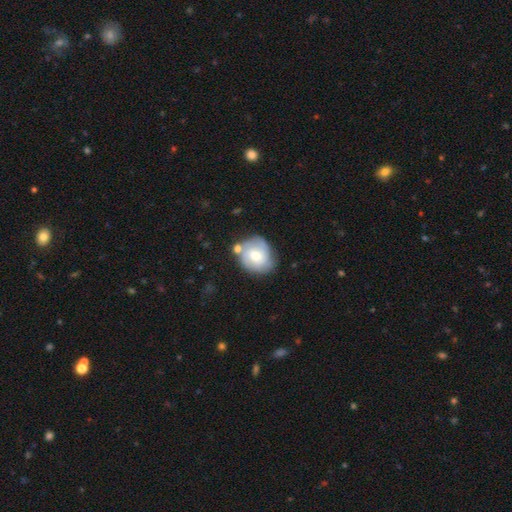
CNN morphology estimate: smooth_or_featured: featured or disk (p=0.47) [alt: smooth p=0.46]
merging: none (p=0.58) [alt: minor disturbance p=0.21]